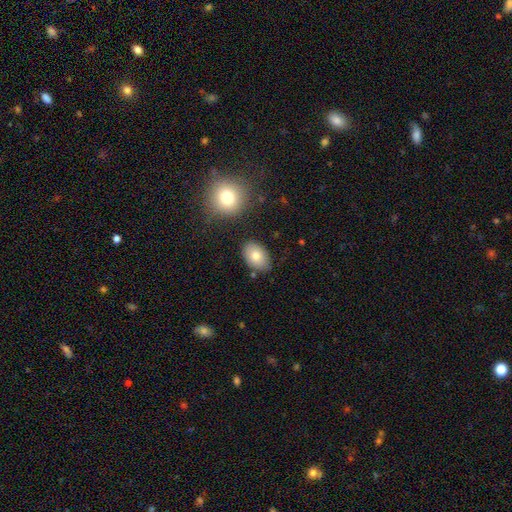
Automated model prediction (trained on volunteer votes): The model was most divided on "smooth or featured": smooth: 78%, featured or disk: 14%, star or artifact: 8%. More confident: how rounded — in between (87%); merging — none (80%).